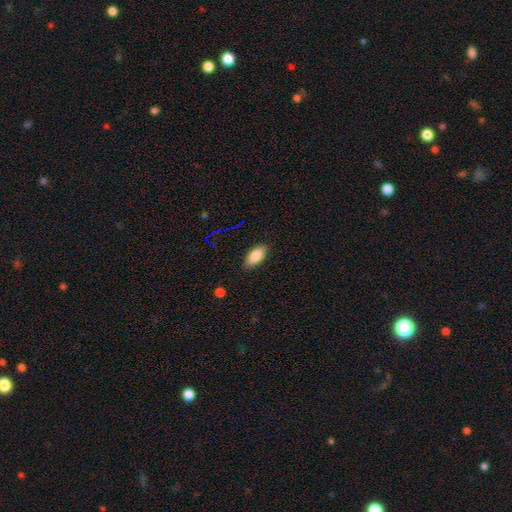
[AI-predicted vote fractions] Smooth or featured?
  - smooth: 85% *
  - featured or disk: 8%
  - star or artifact: 7%
How rounded?
  - in between: 89% *
  - cigar-shaped: 9%
  - round: 2%
Merging?
  - none: 86% *
  - minor disturbance: 11%
  - major disturbance: 2%
  - merger: 1%